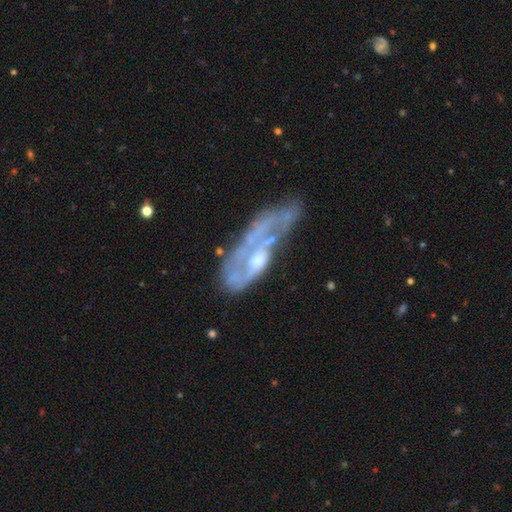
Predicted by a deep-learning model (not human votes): smooth-or-featured: featured or disk: 71% | smooth: 21% | star or artifact: 8%
  disk-edge-on: no: 83% | yes: 17%
    bar: no: 71% | weak: 23% | strong: 6%
    has-spiral-arms: yes: 55% | no: 45%
    bulge-size: moderate: 47% | small: 30% | none: 15% | large: 7% | dominant: 2%
  merging: major disturbance: 35% | none: 33% | minor disturbance: 23% | merger: 9%